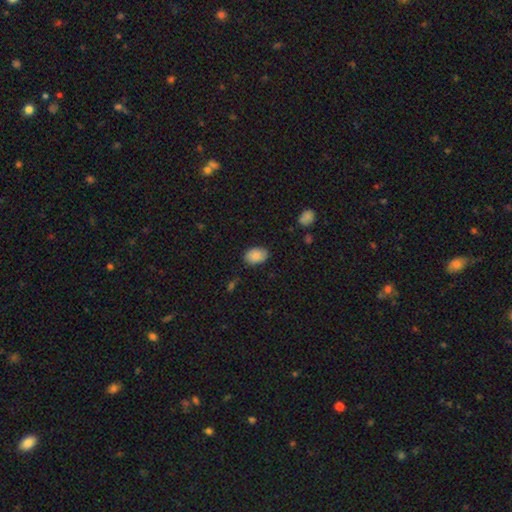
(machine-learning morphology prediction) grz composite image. It shows a smooth galaxy with no disk features (88%) that is in between round and cigar-shaped (85%). Merging: none (83%).